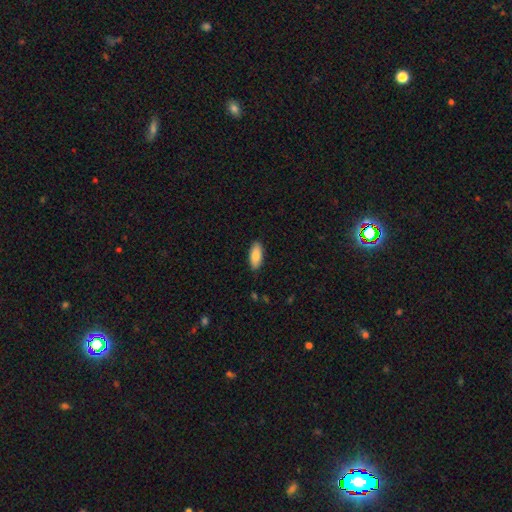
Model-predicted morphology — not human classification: Smooth or featured? Predicted: smooth (p=0.86). How rounded? Predicted: in between (p=0.84). Merging? Predicted: none (p=0.88).